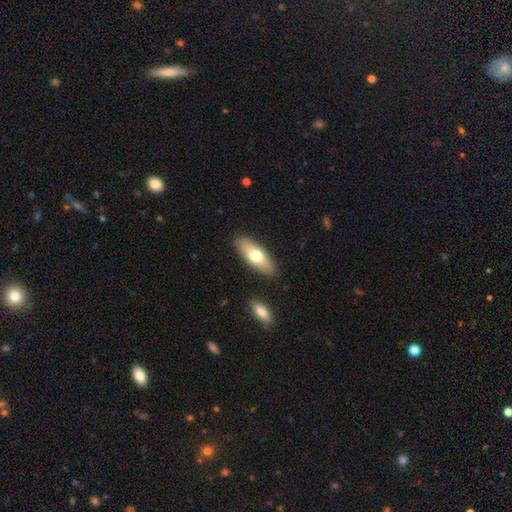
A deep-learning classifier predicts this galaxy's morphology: Smooth or featured?
  - smooth: 66% *
  - featured or disk: 29%
  - star or artifact: 6%
How rounded?
  - in between: 70% *
  - cigar-shaped: 27%
  - round: 3%
Merging?
  - none: 87% *
  - minor disturbance: 8%
  - merger: 2%
  - major disturbance: 2%